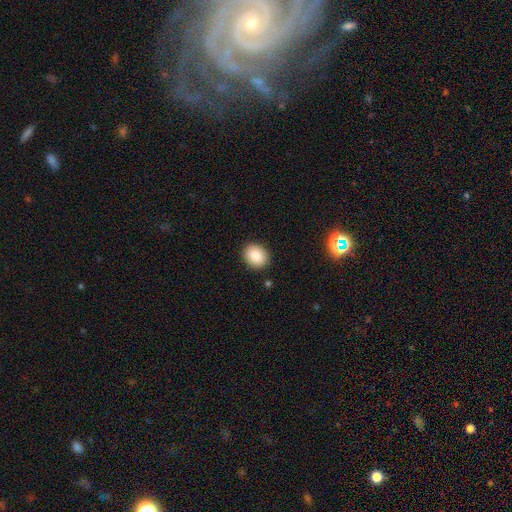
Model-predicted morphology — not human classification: Smooth or featured? Predicted: smooth (p=0.87). How rounded? Predicted: round (p=0.55). Merging? Predicted: none (p=0.89).